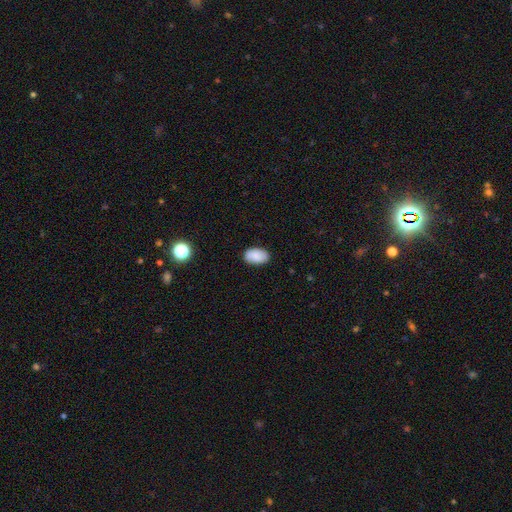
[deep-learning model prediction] smooth_or_featured: smooth (p=0.84) [alt: featured or disk p=0.08]
how_rounded: in between (p=0.92) [alt: round p=0.06]
merging: none (p=0.85) [alt: minor disturbance p=0.12]